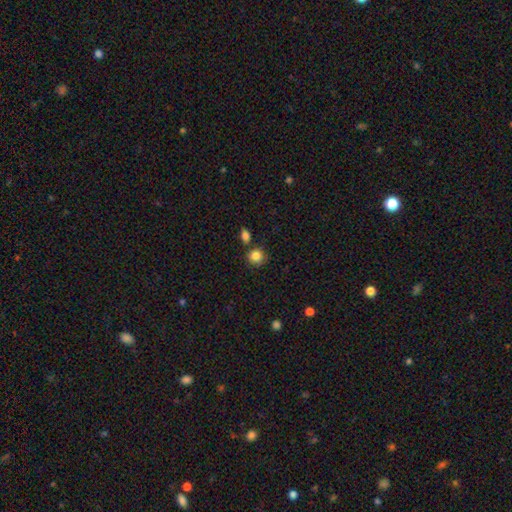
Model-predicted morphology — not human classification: type=smooth (85%); roundness=round (86%); merging=none (76%).